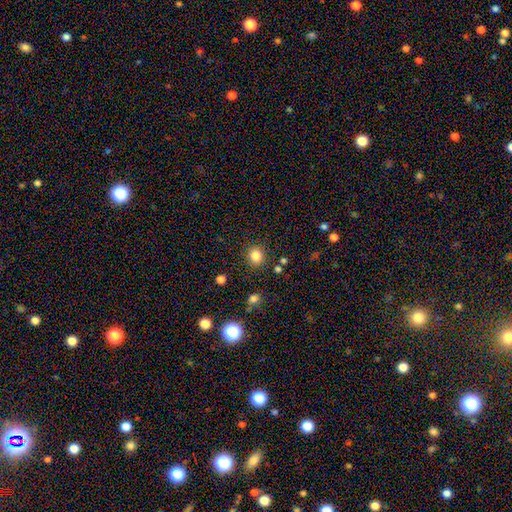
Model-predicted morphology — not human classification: Smooth or featured? smooth (83%)
How rounded? round (80%)
Merging? none (87%)